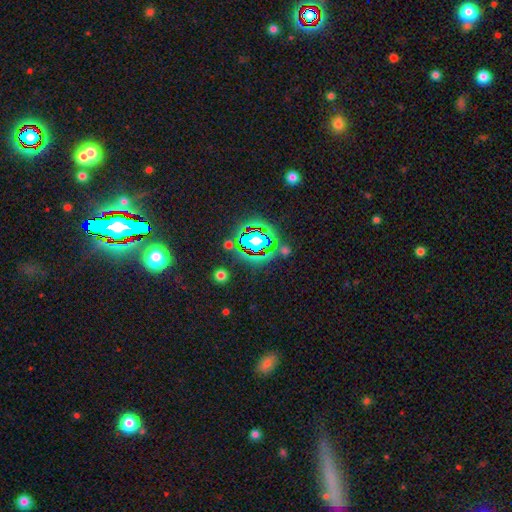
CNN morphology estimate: Overall: star or artifact (78%).